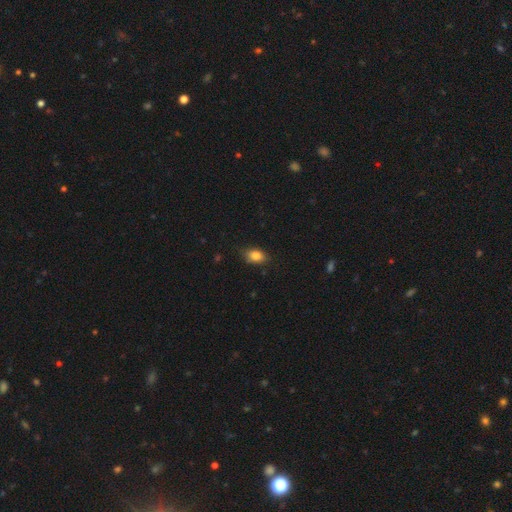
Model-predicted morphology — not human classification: A smooth galaxy with no disk features (84%) that is in between round and cigar-shaped (80%). Merging: none (78%).